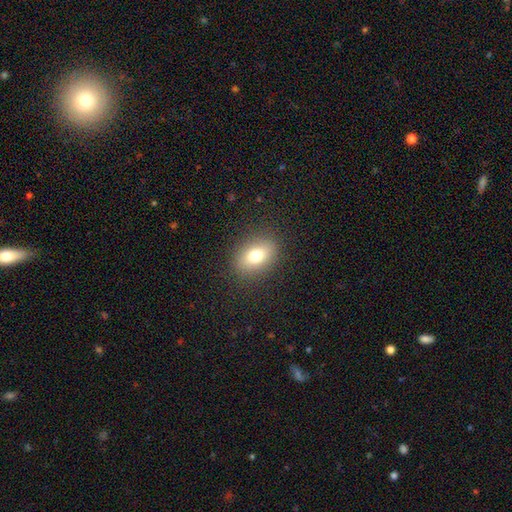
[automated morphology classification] Smooth or featured?
  - smooth: 76% *
  - featured or disk: 13%
  - star or artifact: 11%
How rounded?
  - in between: 75% *
  - round: 24%
  - cigar-shaped: 2%
Merging?
  - none: 87% *
  - minor disturbance: 9%
  - major disturbance: 3%
  - merger: 1%